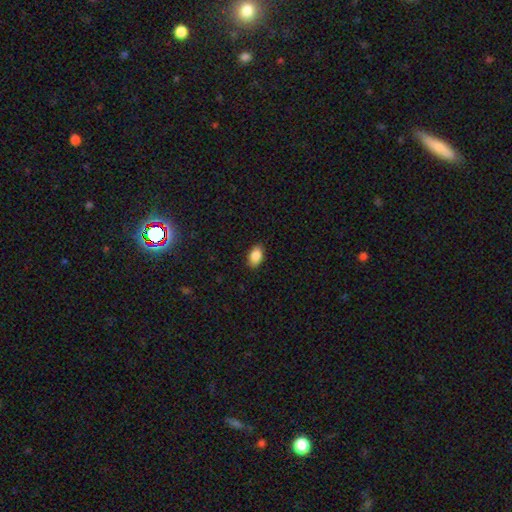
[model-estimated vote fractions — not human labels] Smooth or featured: smooth — 88% (star or artifact — 7%)
How rounded: in between — 90% (round — 8%)
Merging: none — 88% (minor disturbance — 9%)